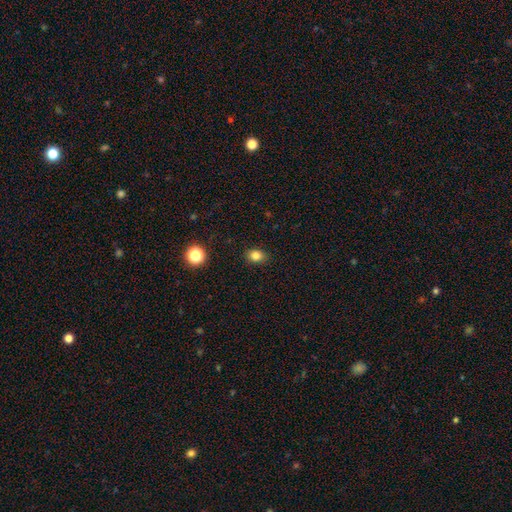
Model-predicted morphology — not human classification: smooth-or-featured: smooth: 82% | star or artifact: 13% | featured or disk: 6%
  how-rounded: in between: 61% | round: 38% | cigar-shaped: 1%
  merging: none: 87% | minor disturbance: 9% | major disturbance: 2% | merger: 1%